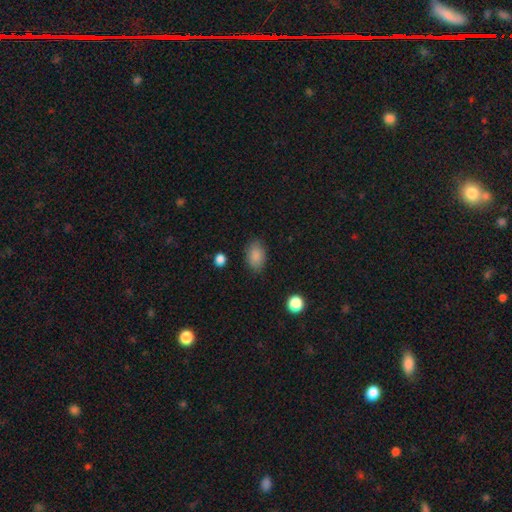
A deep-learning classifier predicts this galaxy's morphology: smooth_or_featured: smooth (p=0.87) [alt: star or artifact p=0.08]
how_rounded: in between (p=0.85) [alt: round p=0.13]
merging: none (p=0.82) [alt: minor disturbance p=0.13]